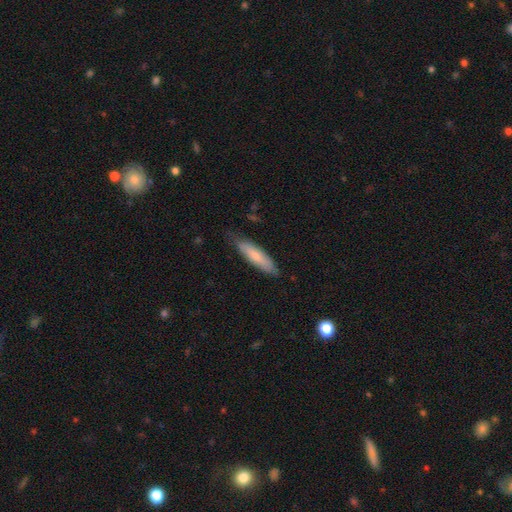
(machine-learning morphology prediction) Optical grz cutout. It shows a smooth galaxy with no disk features (72%) that is cigar-shaped (75%). Merging: none (76%).